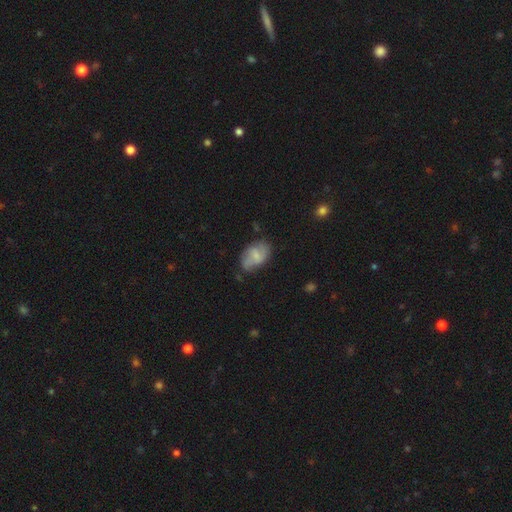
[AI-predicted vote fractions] A smooth galaxy with no disk features (55%) that is in between round and cigar-shaped (87%). Merging: none (55%).